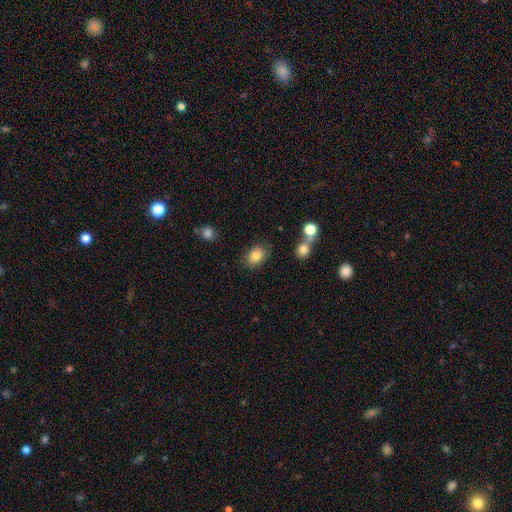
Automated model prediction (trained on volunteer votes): A smooth galaxy with no disk features (84%) that is in between round and cigar-shaped (71%).

Vote fractions:
- Smooth or featured? smooth: 84% / star or artifact: 9% / featured or disk: 8%
- How rounded? in between: 71% / round: 28% / cigar-shaped: 1%
- Merging? none: 78% / minor disturbance: 13% / merger: 5% / major disturbance: 4%